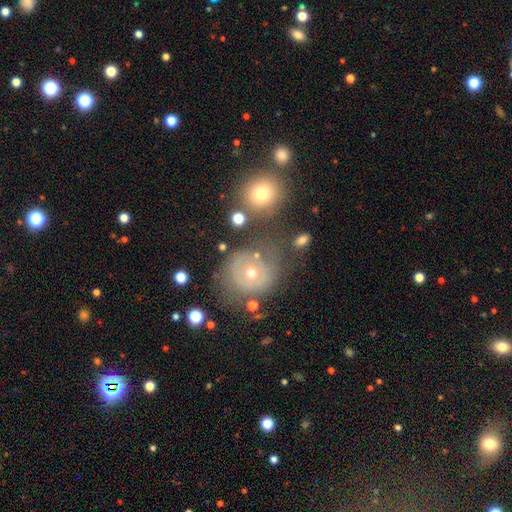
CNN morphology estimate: Smooth or featured: featured or disk — 52% (star or artifact — 25%)
Edge-on disk: no — 94% (yes — 6%)
Merging: none — 75% (minor disturbance — 13%)